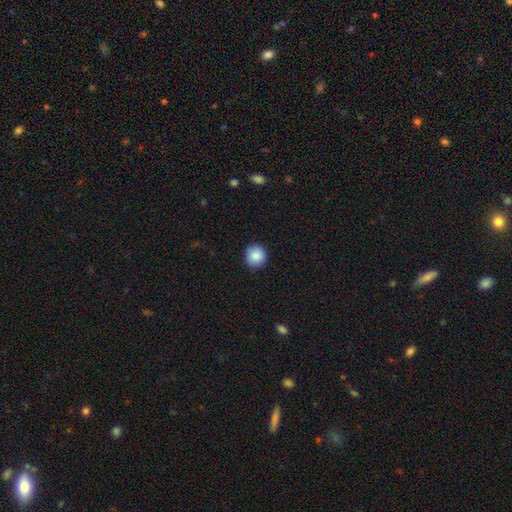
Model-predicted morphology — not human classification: The model was most divided on "smooth or featured": smooth: 86%, star or artifact: 8%, featured or disk: 6%. More confident: how rounded — round (93%); merging — none (91%).